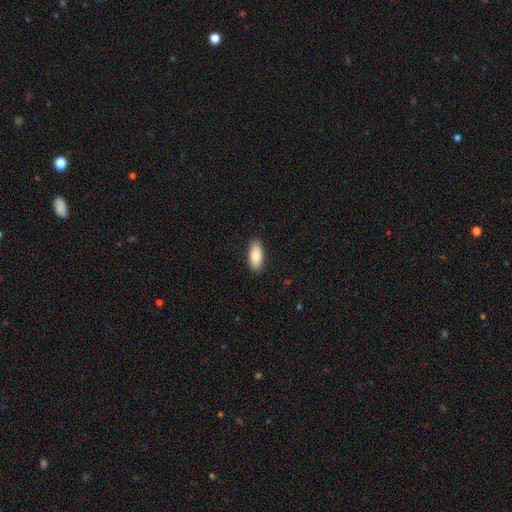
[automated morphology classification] Q: Smooth or featured?
A: smooth (83%); runner-up: featured or disk (11%)
Q: How rounded?
A: in between (83%); runner-up: cigar-shaped (15%)
Q: Merging?
A: none (89%); runner-up: minor disturbance (8%)